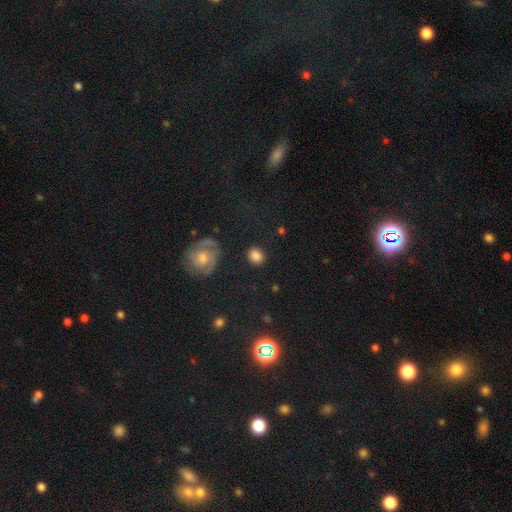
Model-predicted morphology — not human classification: smooth 84%, featured or disk 9%, star or artifact 8%. Down the decision tree: how rounded — round (76%); merging — none (86%).